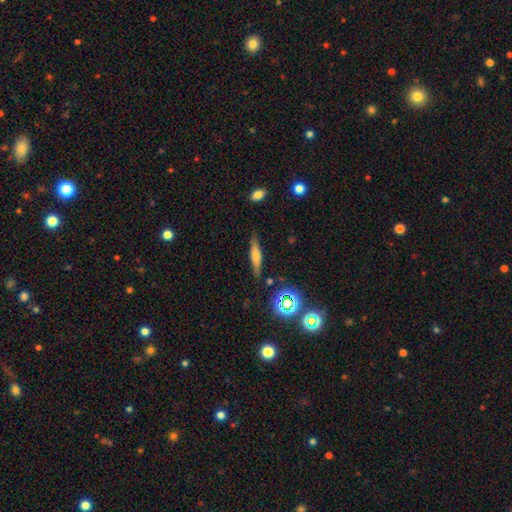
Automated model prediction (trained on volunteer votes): This appears to be a smooth galaxy with no disk features (45%). Merging: none (85%).